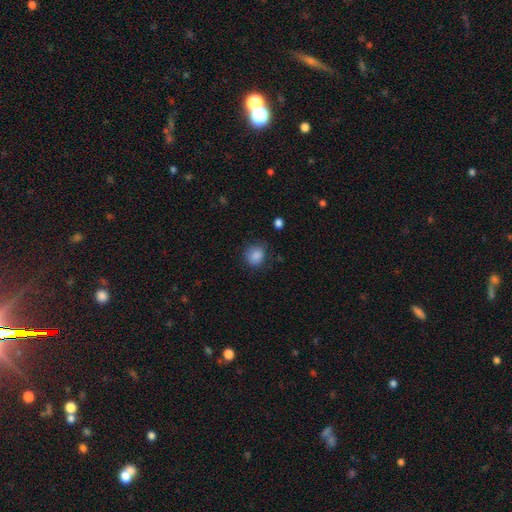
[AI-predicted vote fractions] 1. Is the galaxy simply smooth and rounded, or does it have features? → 86% smooth, 9% star or artifact, 5% featured or disk.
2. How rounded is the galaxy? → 76% round, 23% in between, 1% cigar-shaped.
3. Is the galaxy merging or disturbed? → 76% none, 18% minor disturbance, 5% major disturbance, 2% merger.